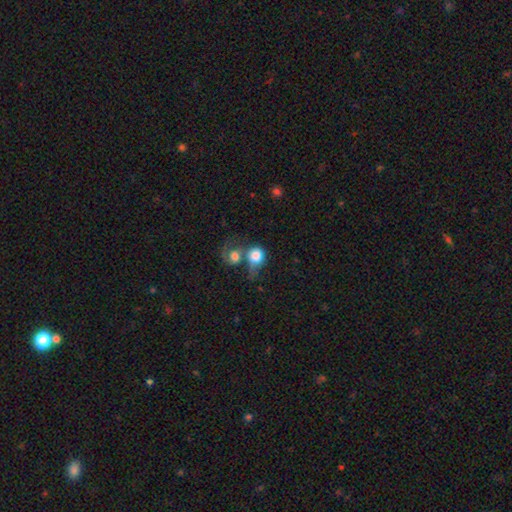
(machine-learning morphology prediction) Smooth or featured: smooth — 73% (featured or disk — 19%)
How rounded: round — 72% (in between — 27%)
Merging: merger — 60% (none — 18%)